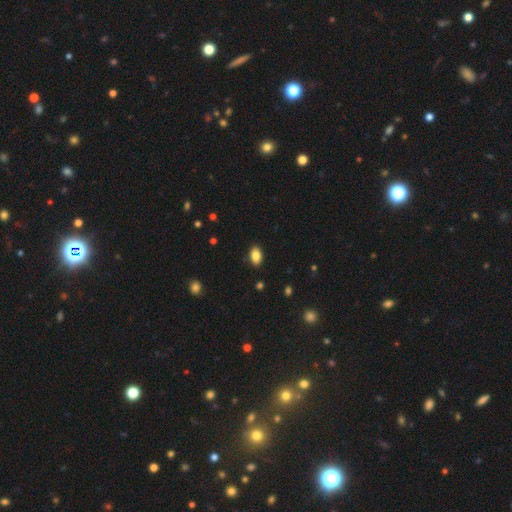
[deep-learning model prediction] This appears to be a smooth galaxy with no disk features (86%) that is in between round and cigar-shaped (90%). Merging: none (88%).